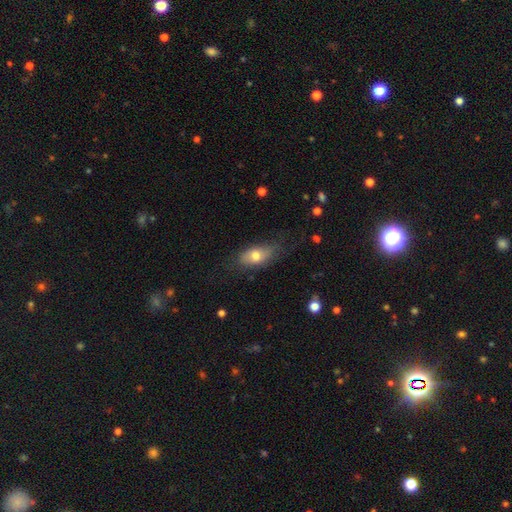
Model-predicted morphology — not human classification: smooth-or-featured: smooth: 71% | featured or disk: 21% | star or artifact: 8%
  how-rounded: in between: 85% | cigar-shaped: 8% | round: 7%
  merging: none: 63% | minor disturbance: 26% | major disturbance: 9% | merger: 2%